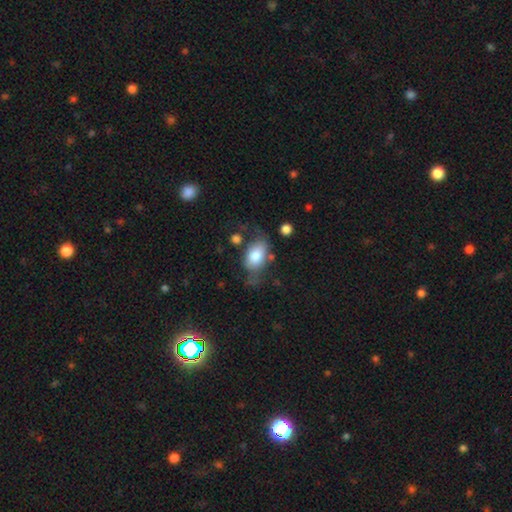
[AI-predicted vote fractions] Smooth or featured: smooth — 74% (featured or disk — 19%)
How rounded: in between — 87% (round — 11%)
Merging: none — 48% (minor disturbance — 27%)